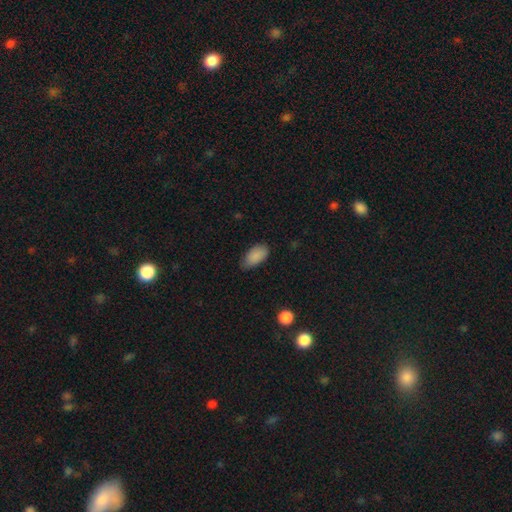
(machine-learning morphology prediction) This appears to be a smooth galaxy with no disk features (88%) that is in between round and cigar-shaped (93%). Merging: none (68%).